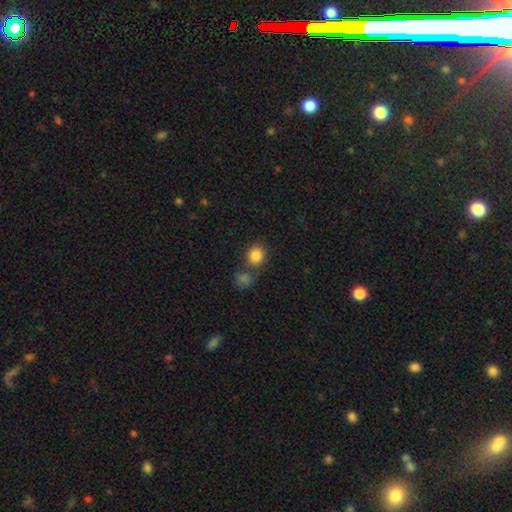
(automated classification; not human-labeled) The model was most divided on "merging": none: 61%, merger: 25%, minor disturbance: 10%, major disturbance: 4%. More confident: smooth or featured — smooth (85%); how rounded — round (74%).